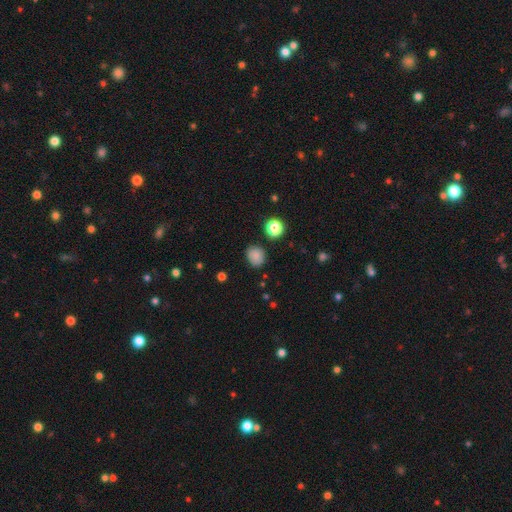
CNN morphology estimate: type=smooth (82%); roundness=round (68%); merging=none (79%).